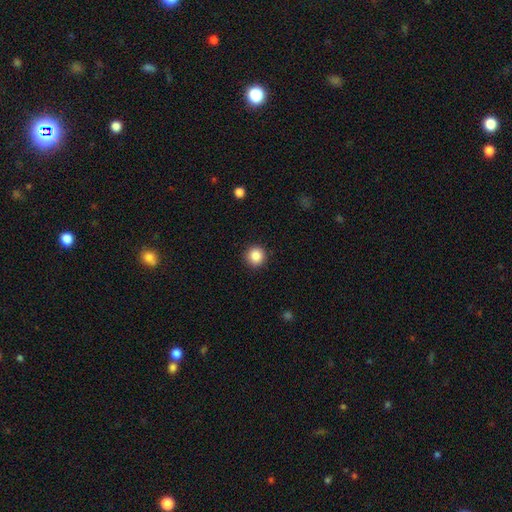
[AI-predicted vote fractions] smooth 87%, star or artifact 10%, featured or disk 4%. Down the decision tree: how rounded — round (95%); merging — none (92%).